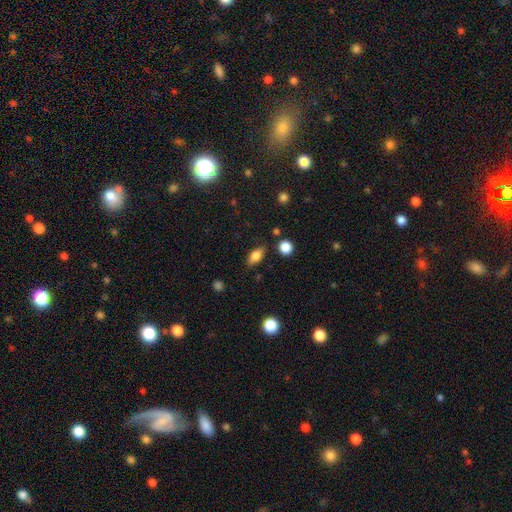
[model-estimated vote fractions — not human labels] This appears to be a smooth galaxy with no disk features (79%) that is in between round and cigar-shaped (84%). Merging: none (82%).